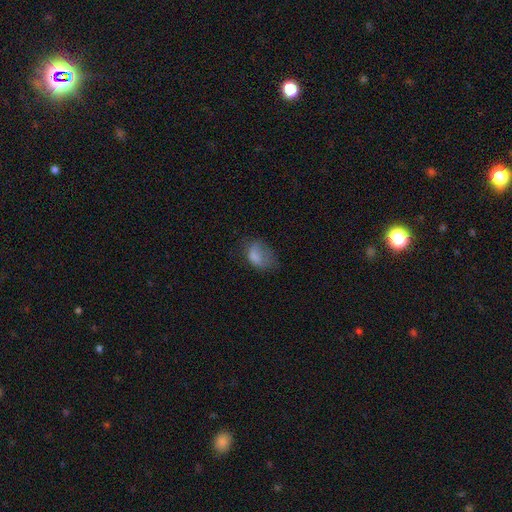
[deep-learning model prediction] Smooth or featured: smooth — 71% (featured or disk — 18%)
How rounded: in between — 84% (round — 14%)
Merging: major disturbance — 36% (none — 31%)